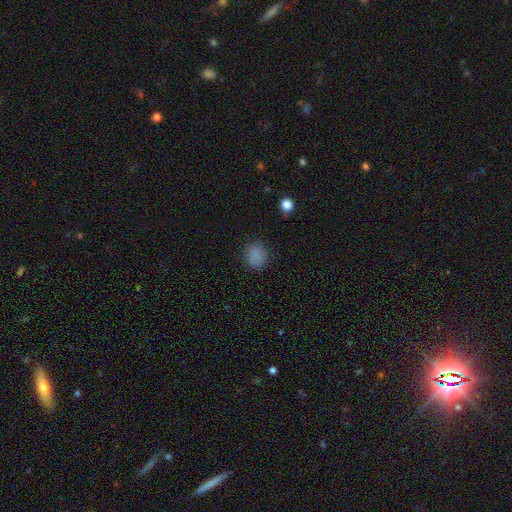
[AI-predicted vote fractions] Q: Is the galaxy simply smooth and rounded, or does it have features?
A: smooth — 83%.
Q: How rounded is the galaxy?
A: round — 77%.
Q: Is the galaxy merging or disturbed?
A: none — 84%.